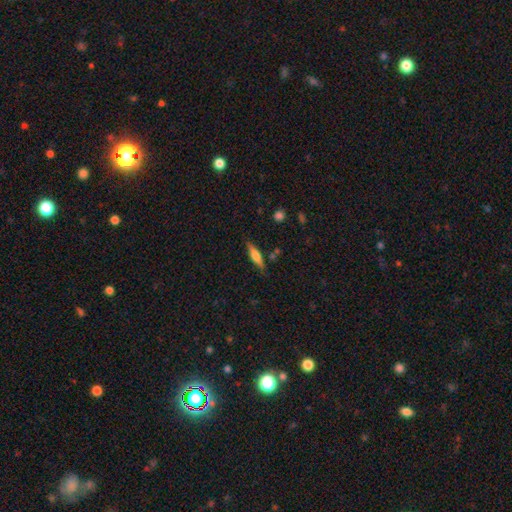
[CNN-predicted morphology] Smooth or featured? Predicted: smooth (p=0.47). Merging? Predicted: none (p=0.81).